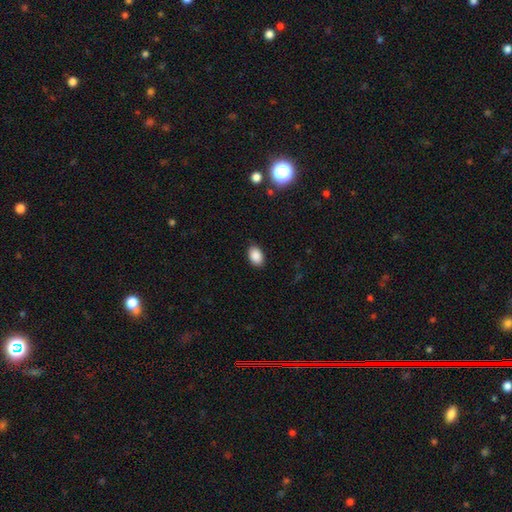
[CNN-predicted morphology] Q: Smooth or featured?
A: smooth (89%); runner-up: star or artifact (8%)
Q: How rounded?
A: in between (87%); runner-up: round (12%)
Q: Merging?
A: none (86%); runner-up: minor disturbance (11%)